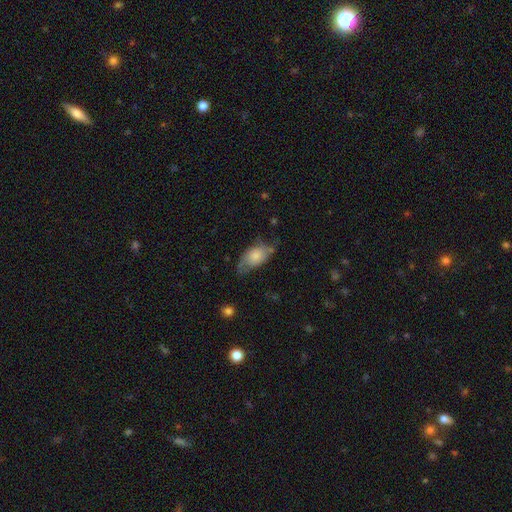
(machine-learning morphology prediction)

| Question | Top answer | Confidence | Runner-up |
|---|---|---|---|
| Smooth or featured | smooth | 67% | featured or disk (26%) |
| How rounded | in between | 90% | round (5%) |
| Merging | none | 48% | minor disturbance (35%) |